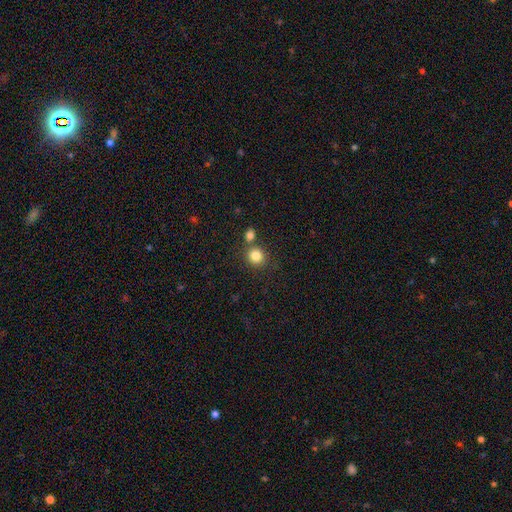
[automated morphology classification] Overall: smooth (83%). How rounded: round (86%). Merging: none (70%).